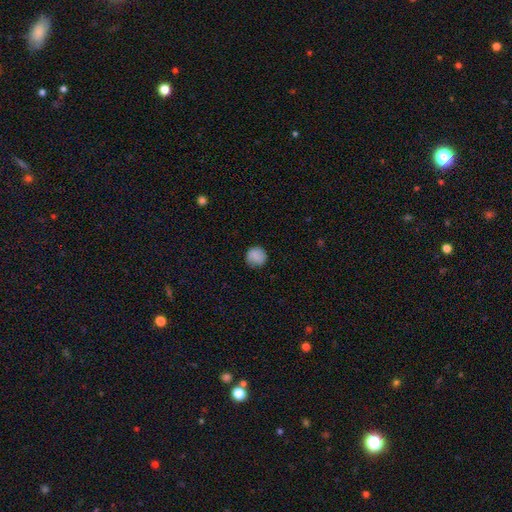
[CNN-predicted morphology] type=smooth (83%); roundness=round (91%); merging=none (82%).